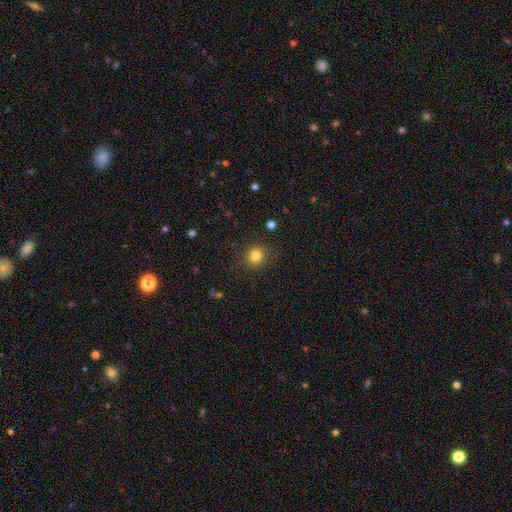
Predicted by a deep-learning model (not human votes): A smooth galaxy with no disk features (82%) that is round (89%).

Vote fractions:
- Smooth or featured? smooth: 82% / star or artifact: 12% / featured or disk: 6%
- How rounded? round: 89% / in between: 10% / cigar-shaped: 1%
- Merging? none: 88% / minor disturbance: 8% / major disturbance: 3% / merger: 1%